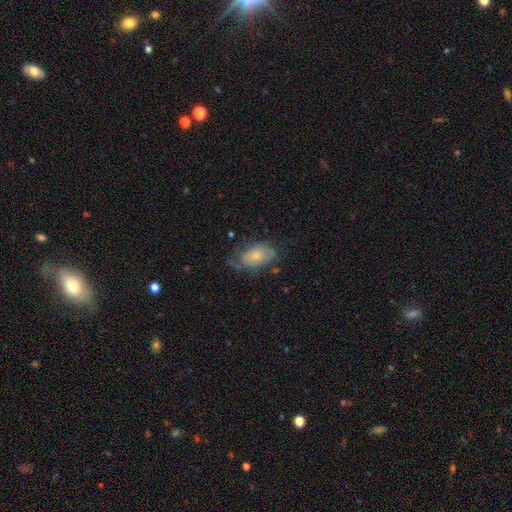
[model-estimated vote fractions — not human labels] A smooth galaxy with no disk features (50%) that is in between round and cigar-shaped (89%).

Vote fractions:
- Smooth or featured? smooth: 50% / featured or disk: 41% / star or artifact: 8%
- How rounded? in between: 89% / round: 8% / cigar-shaped: 2%
- Merging? none: 46% / minor disturbance: 30% / major disturbance: 21% / merger: 3%